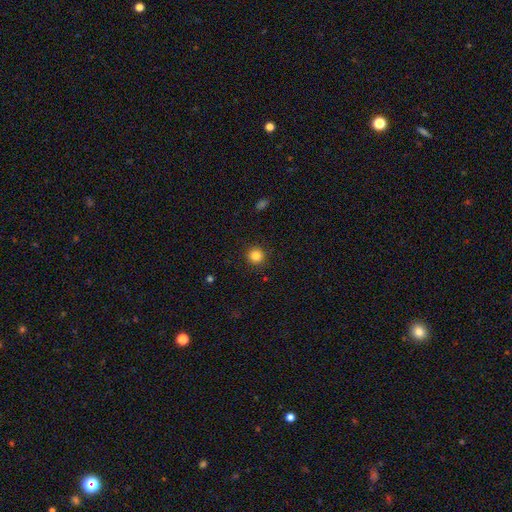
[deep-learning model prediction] Smooth or featured? smooth (84%)
How rounded? round (94%)
Merging? none (91%)